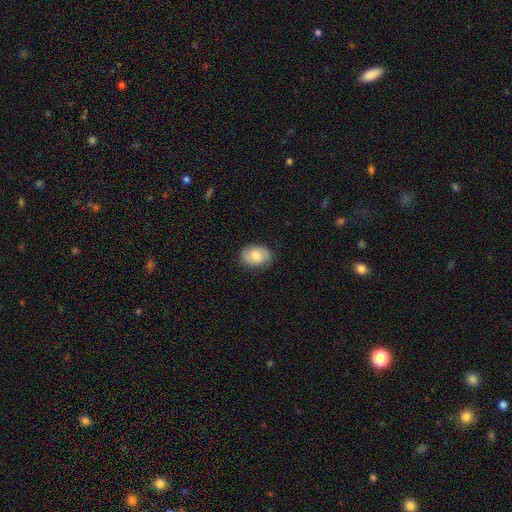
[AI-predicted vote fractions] smooth 49%, featured or disk 44%, star or artifact 8%. Down the decision tree: merging — none (78%).